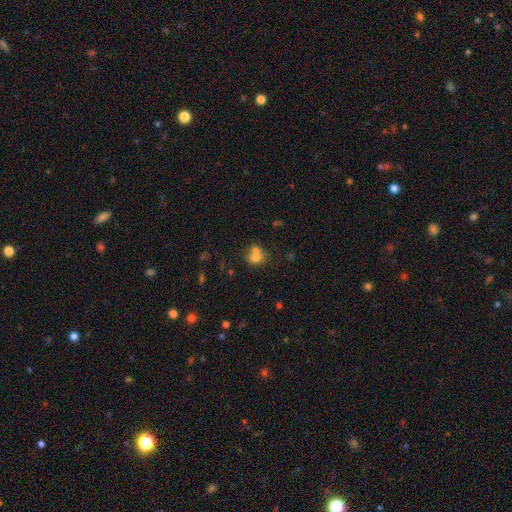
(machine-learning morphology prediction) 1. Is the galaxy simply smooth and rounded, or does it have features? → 71% smooth, 16% featured or disk, 13% star or artifact.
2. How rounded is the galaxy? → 68% round, 31% in between, 1% cigar-shaped.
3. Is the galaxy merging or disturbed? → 57% merger, 31% none, 8% minor disturbance, 4% major disturbance.